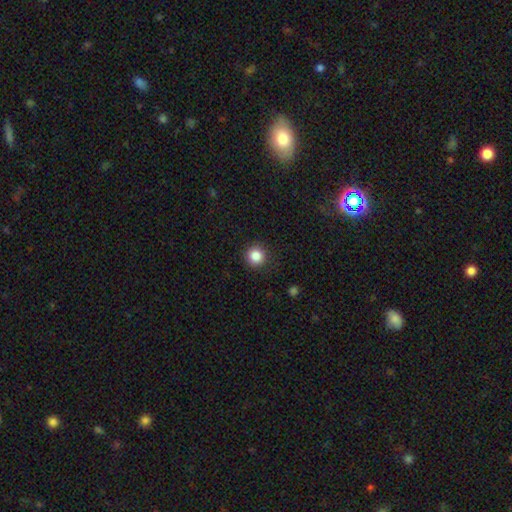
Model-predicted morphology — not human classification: Overall: smooth (85%). How rounded: round (95%). Merging: none (91%).